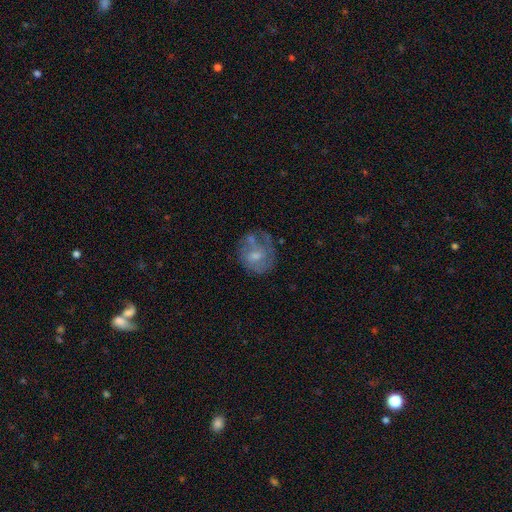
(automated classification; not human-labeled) Morphology: type=featured or disk (50%); edge-on=no (97%); merging=none (46%).